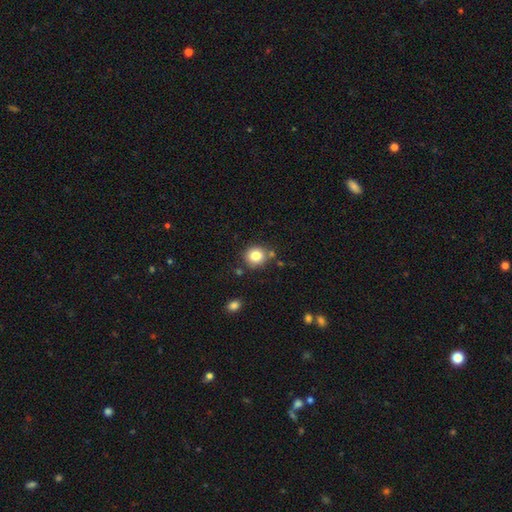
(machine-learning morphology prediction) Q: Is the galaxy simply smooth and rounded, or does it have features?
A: smooth — 82%.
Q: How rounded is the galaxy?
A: round — 89%.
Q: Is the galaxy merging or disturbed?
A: none — 77%.